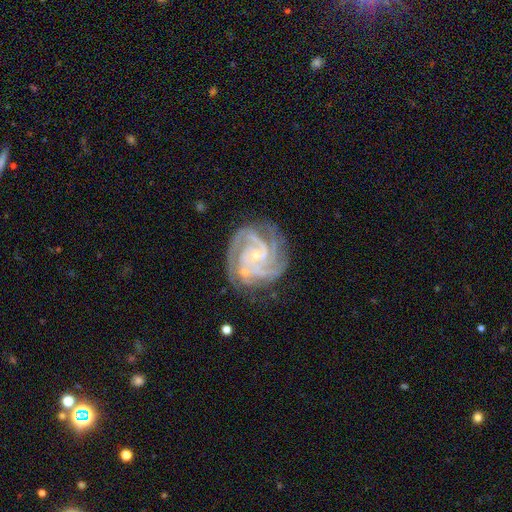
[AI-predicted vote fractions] This is clearly a featured or disk galaxy (91%). It is clearly not viewed edge-on (98%). Bar: likely no (66%). Spiral arm pattern: clearly yes (98%). Spiral arm count: marginally 3 (41%). Spiral winding: likely tight (70%). Central bulge: clearly small (81%). Merging: likely none (74%).